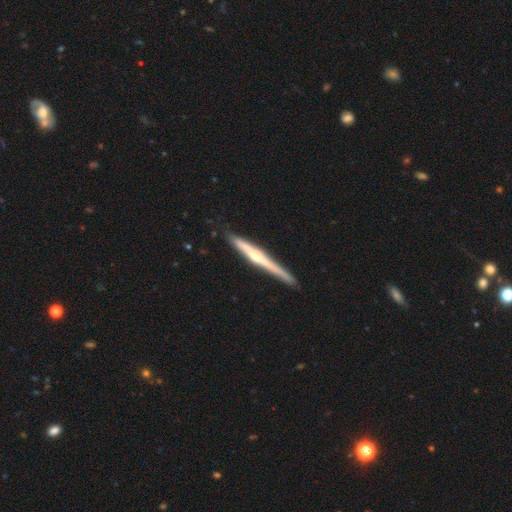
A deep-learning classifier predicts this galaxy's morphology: The model was most divided on "smooth or featured": featured or disk: 71%, smooth: 23%, star or artifact: 6%. More confident: edge-on disk — yes (97%); merging — none (86%); edge-on bulge — rounded (71%).